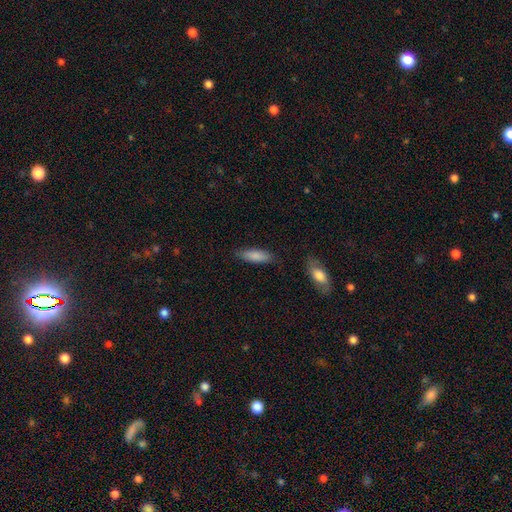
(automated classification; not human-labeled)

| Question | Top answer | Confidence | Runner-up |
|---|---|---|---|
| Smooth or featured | smooth | 84% | featured or disk (9%) |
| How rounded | in between | 53% | cigar-shaped (45%) |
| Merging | none | 82% | minor disturbance (13%) |